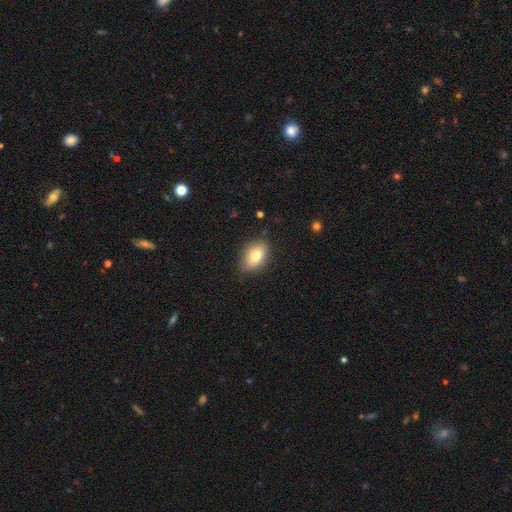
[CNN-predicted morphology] smooth 77%, featured or disk 15%, star or artifact 8%. Down the decision tree: how rounded — in between (85%); merging — none (80%).